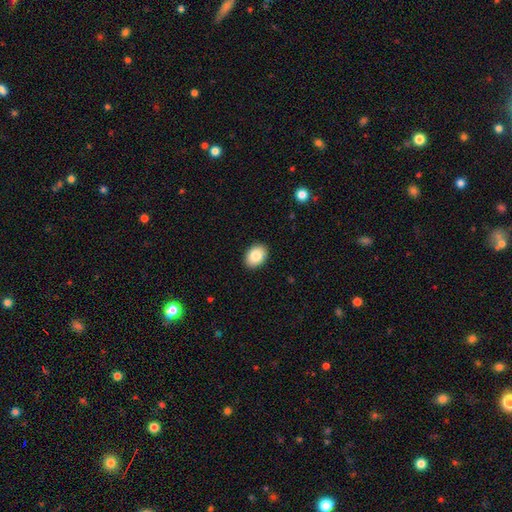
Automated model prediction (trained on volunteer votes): smooth 86%, featured or disk 7%, star or artifact 7%. Down the decision tree: how rounded — in between (77%); merging — none (91%).